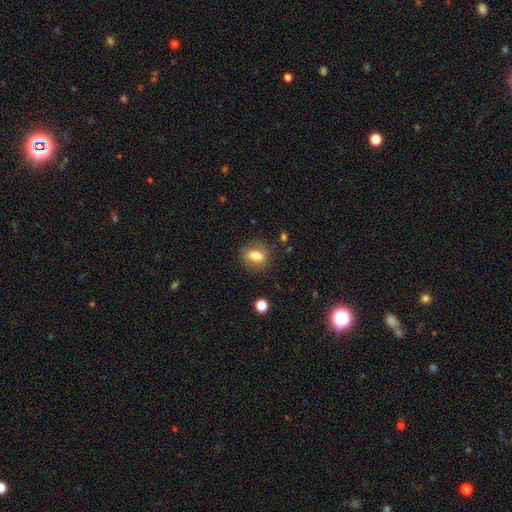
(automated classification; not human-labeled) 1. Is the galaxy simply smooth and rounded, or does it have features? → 76% smooth, 15% featured or disk, 9% star or artifact.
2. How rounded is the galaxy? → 64% in between, 32% round, 4% cigar-shaped.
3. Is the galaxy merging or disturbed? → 78% none, 15% minor disturbance, 5% major disturbance, 2% merger.